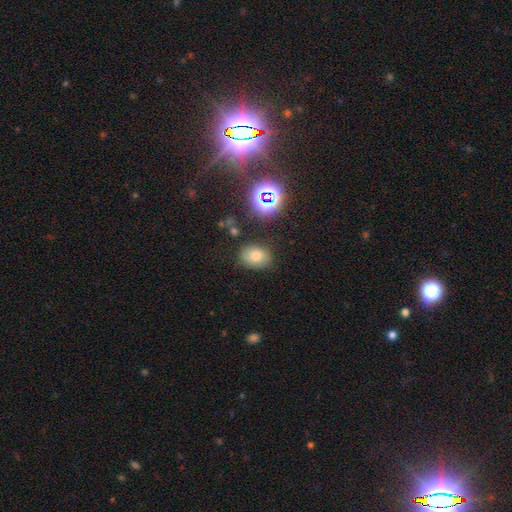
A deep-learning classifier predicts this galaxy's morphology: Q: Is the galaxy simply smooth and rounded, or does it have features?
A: smooth — 71%.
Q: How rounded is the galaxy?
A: in between — 64%.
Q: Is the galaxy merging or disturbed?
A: none — 80%.